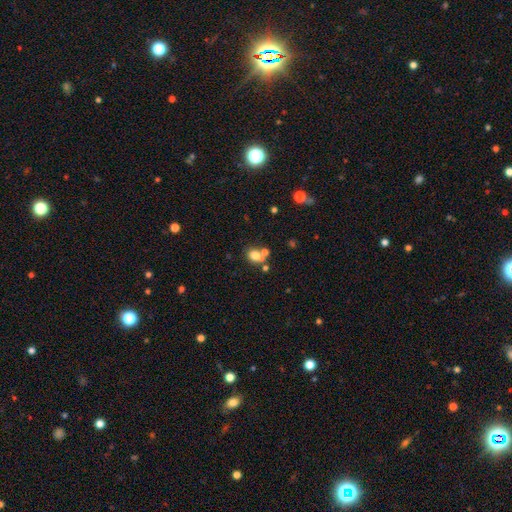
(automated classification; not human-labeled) A smooth galaxy with no disk features (73%) that is round (52%). Merging: none (44%).